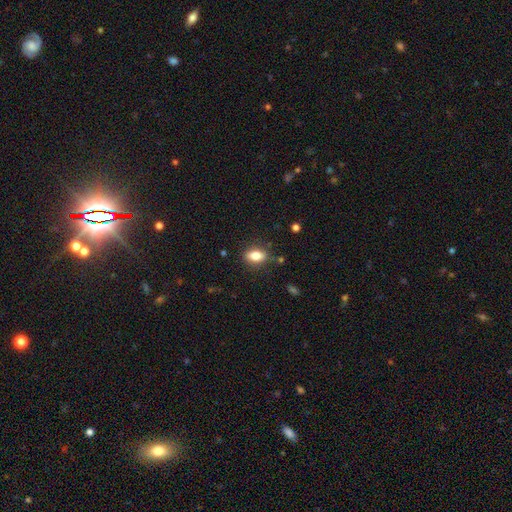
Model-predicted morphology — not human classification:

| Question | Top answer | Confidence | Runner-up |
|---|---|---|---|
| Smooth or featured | smooth | 79% | featured or disk (12%) |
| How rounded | in between | 83% | round (11%) |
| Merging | none | 81% | minor disturbance (14%) |